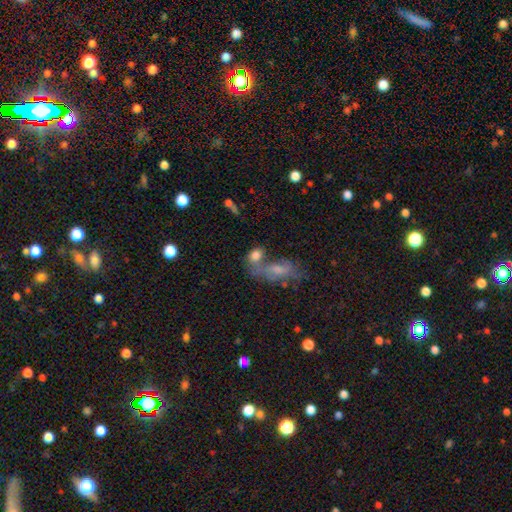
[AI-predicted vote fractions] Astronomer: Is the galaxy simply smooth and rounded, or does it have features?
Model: smooth — 71%.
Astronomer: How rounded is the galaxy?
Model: in between — 70%.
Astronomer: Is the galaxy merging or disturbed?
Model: merger — 45% (runner-up: none, 32%).